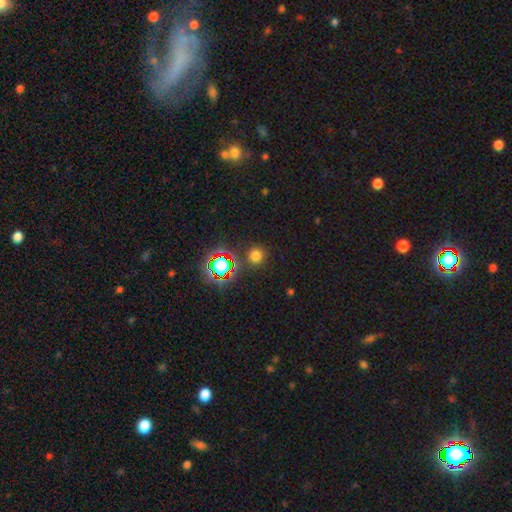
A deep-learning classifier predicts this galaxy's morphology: Smooth or featured?
  - smooth: 66% *
  - star or artifact: 28%
  - featured or disk: 6%
How rounded?
  - round: 93% *
  - in between: 6%
  - cigar-shaped: 1%
Merging?
  - none: 85% *
  - minor disturbance: 7%
  - merger: 4%
  - major disturbance: 3%